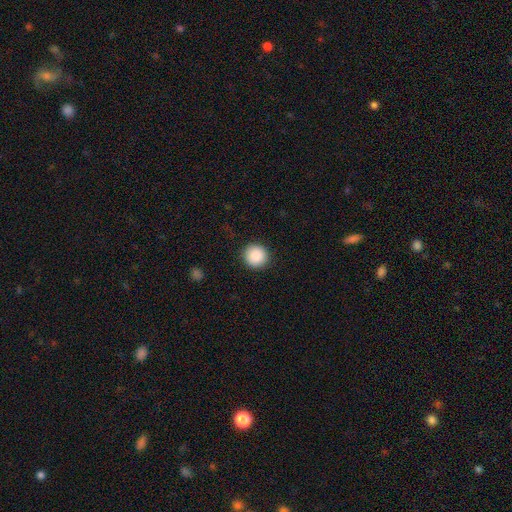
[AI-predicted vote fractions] This is clearly a smooth galaxy (89%). How rounded: clearly round (95%). Merging: clearly none (92%).